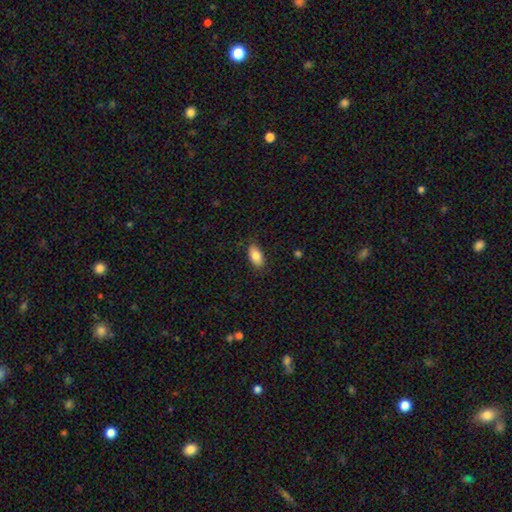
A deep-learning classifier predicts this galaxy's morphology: smooth 83%, featured or disk 9%, star or artifact 7%. Down the decision tree: how rounded — in between (92%); merging — none (84%).